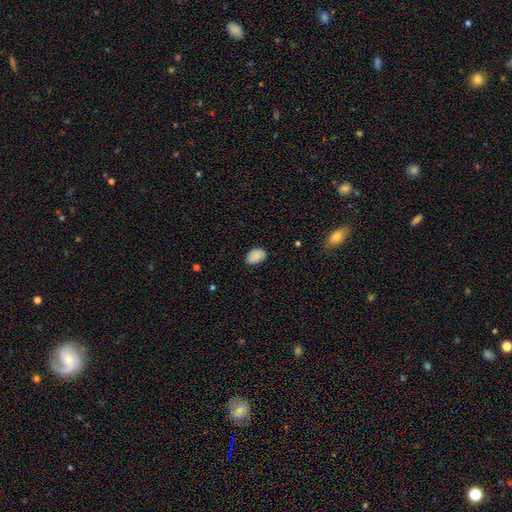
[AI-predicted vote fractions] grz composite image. It shows a smooth galaxy with no disk features (87%) that is in between round and cigar-shaped (86%). Merging: none (80%).